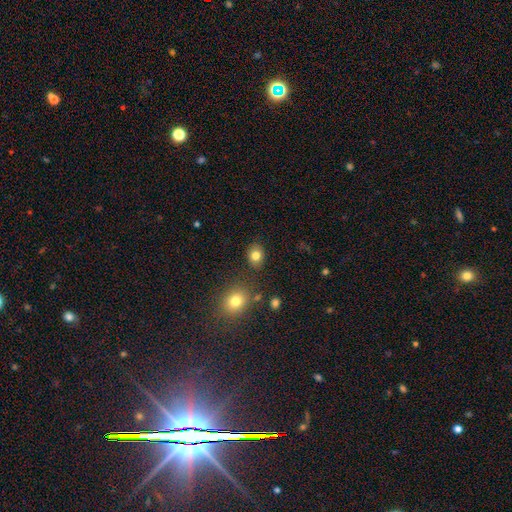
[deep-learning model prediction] smooth_or_featured: smooth (p=0.82) [alt: star or artifact p=0.11]
how_rounded: round (p=0.50) [alt: in between p=0.49]
merging: none (p=0.83) [alt: minor disturbance p=0.10]